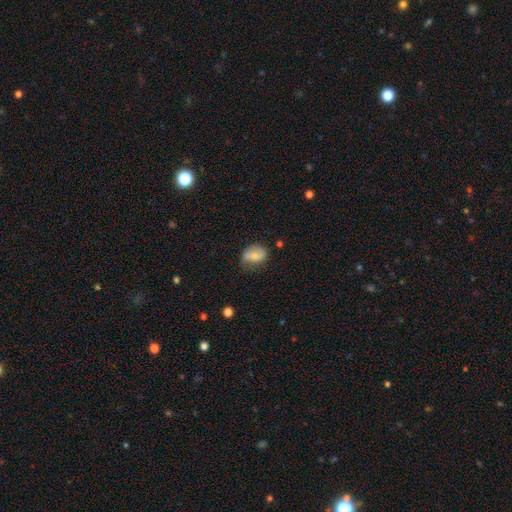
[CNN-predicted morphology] smooth 64%, featured or disk 27%, star or artifact 8%. Down the decision tree: how rounded — in between (73%); merging — none (52%).